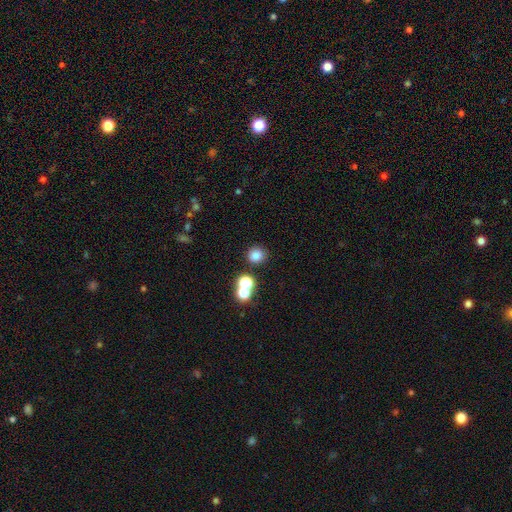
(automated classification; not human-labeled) Smooth or featured: smooth — 79% (star or artifact — 16%)
How rounded: round — 86% (in between — 13%)
Merging: none — 80% (merger — 9%)